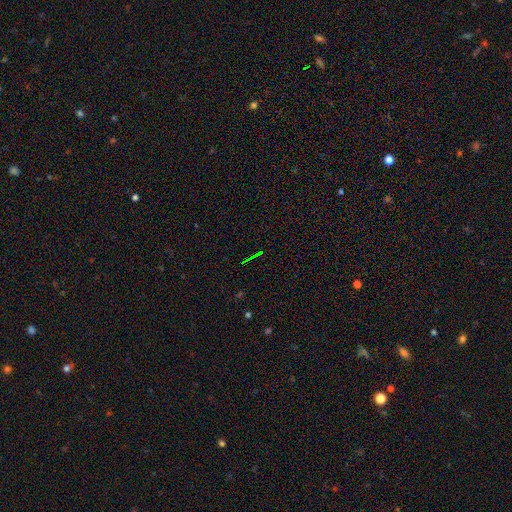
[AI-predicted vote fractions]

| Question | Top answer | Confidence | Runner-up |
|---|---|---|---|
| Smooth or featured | star or artifact | 72% | smooth (14%) |